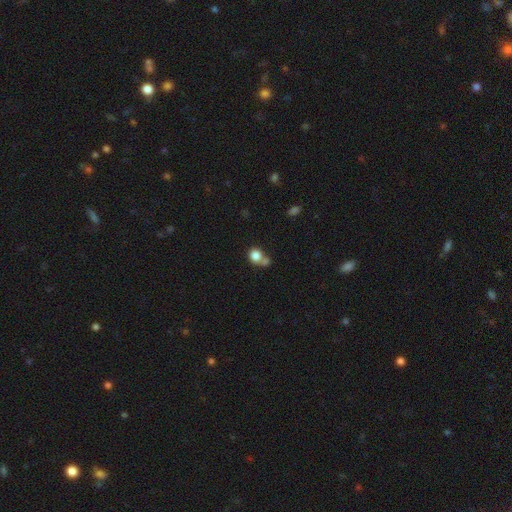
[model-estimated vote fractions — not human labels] The model was most divided on "merging": merger: 43%, none: 40%, minor disturbance: 11%, major disturbance: 6%. More confident: smooth or featured — smooth (81%); how rounded — round (80%).